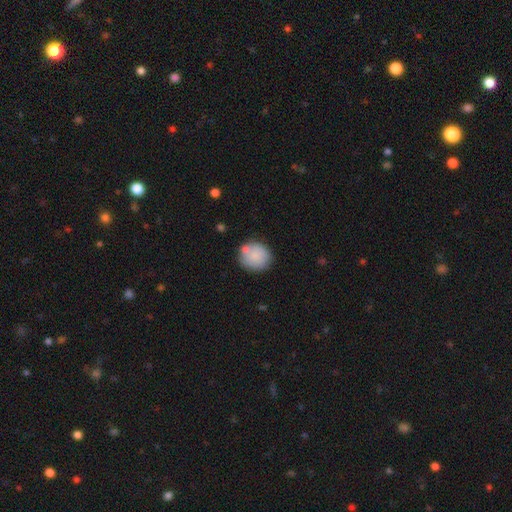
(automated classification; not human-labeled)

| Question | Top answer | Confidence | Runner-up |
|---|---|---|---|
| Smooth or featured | smooth | 79% | featured or disk (14%) |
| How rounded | round | 77% | in between (22%) |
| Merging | none | 64% | minor disturbance (18%) |